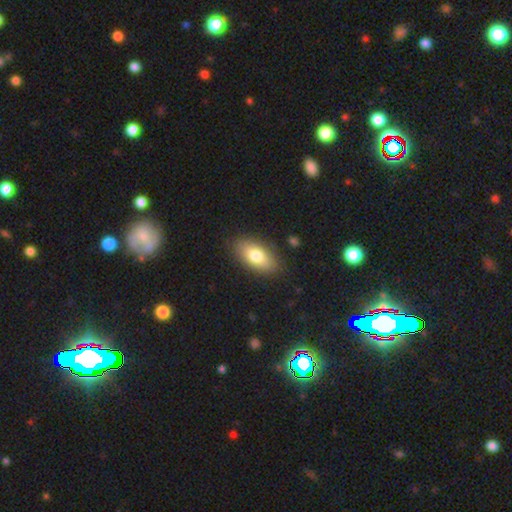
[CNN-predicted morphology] Smooth or featured: smooth — 77% (featured or disk — 16%)
How rounded: in between — 91% (round — 5%)
Merging: none — 85% (minor disturbance — 11%)